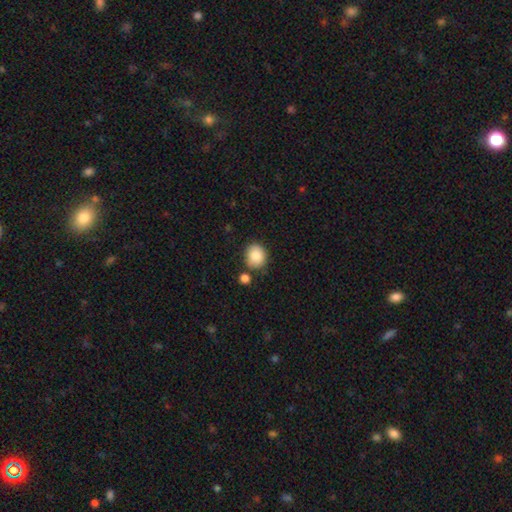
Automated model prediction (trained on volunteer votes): This is clearly a smooth galaxy (86%). How rounded: likely round (67%). Merging: likely none (75%).